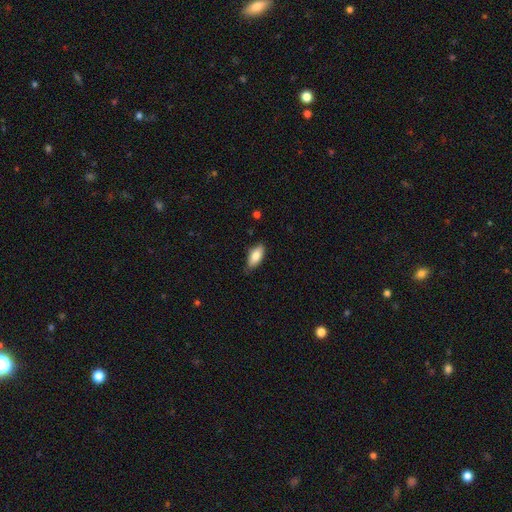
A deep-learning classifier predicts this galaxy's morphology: The model was most divided on "merging": none: 77%, minor disturbance: 19%, major disturbance: 3%, merger: 1%. More confident: how rounded — in between (85%); smooth or featured — smooth (80%).